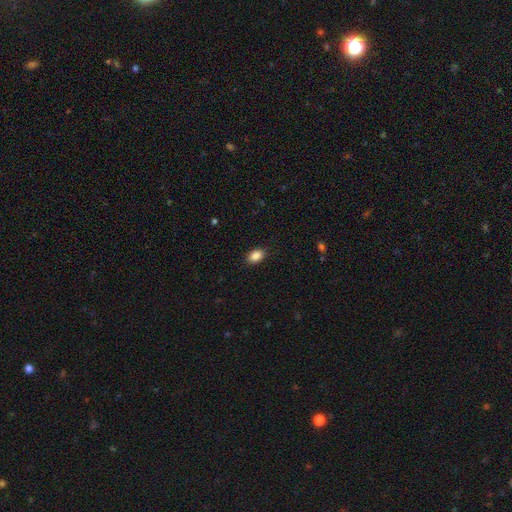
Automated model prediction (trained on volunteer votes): A smooth galaxy with no disk features (88%) that is in between round and cigar-shaped (87%). Merging: none (88%).